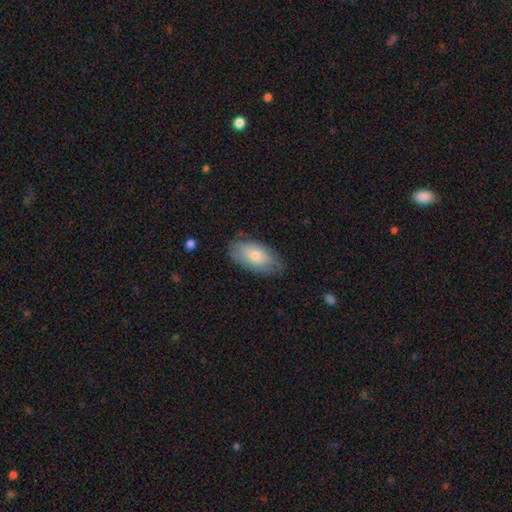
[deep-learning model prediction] A smooth galaxy with no disk features (73%) that is in between round and cigar-shaped (93%). Merging: none (75%).